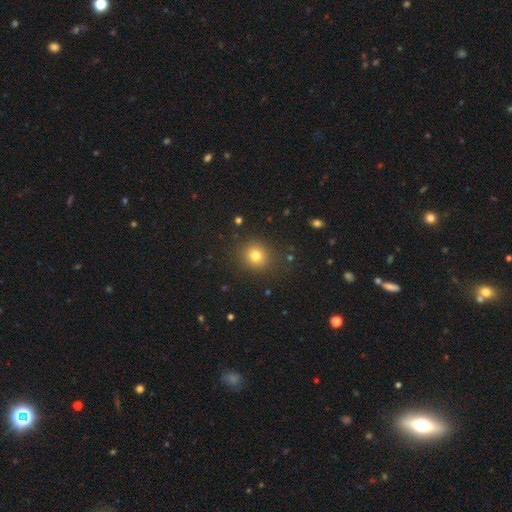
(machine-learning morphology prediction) The model was most divided on "smooth or featured": smooth: 77%, star or artifact: 15%, featured or disk: 8%. More confident: how rounded — round (88%); merging — none (87%).